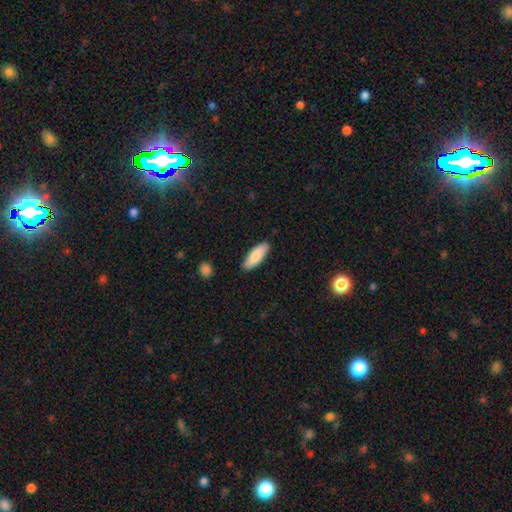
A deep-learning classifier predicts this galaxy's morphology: The model was most divided on "how rounded": in between: 65%, cigar-shaped: 33%, round: 2%. More confident: merging — none (87%); smooth or featured — smooth (84%).